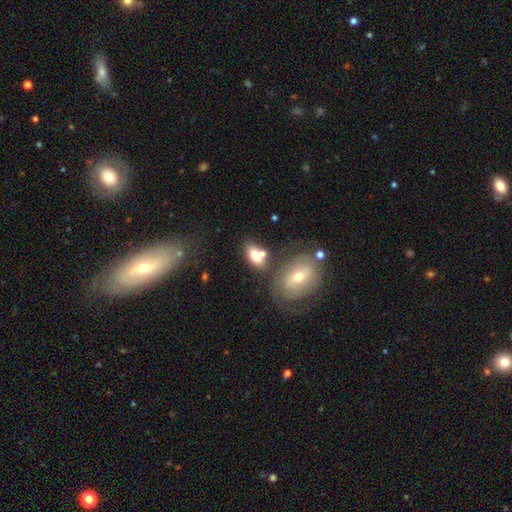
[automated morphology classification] type=smooth (72%); roundness=in between (85%); merging=none (47%).